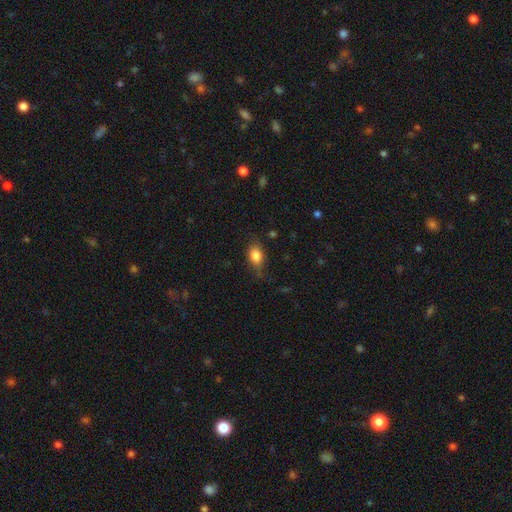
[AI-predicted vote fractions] A smooth galaxy with no disk features (83%) that is in between round and cigar-shaped (78%). Merging: none (71%).